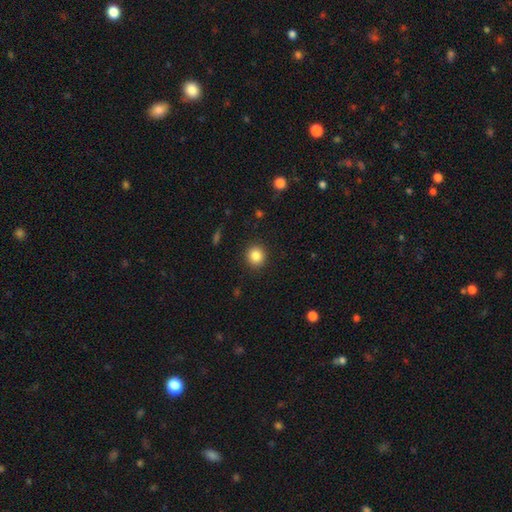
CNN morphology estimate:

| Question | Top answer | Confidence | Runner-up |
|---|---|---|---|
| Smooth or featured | smooth | 85% | star or artifact (10%) |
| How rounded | round | 89% | in between (10%) |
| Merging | none | 91% | minor disturbance (6%) |